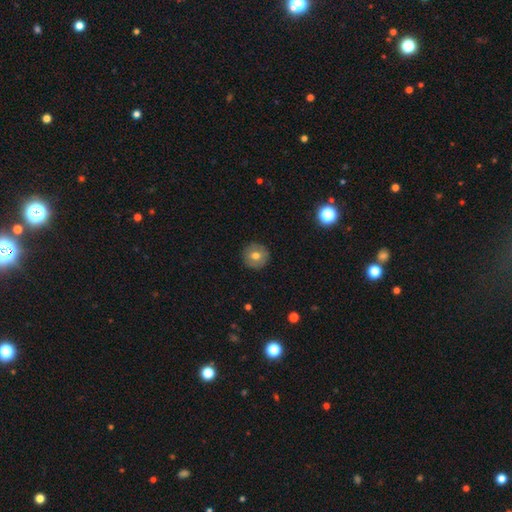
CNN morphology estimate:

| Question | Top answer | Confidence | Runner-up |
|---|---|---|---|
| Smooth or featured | smooth | 68% | featured or disk (23%) |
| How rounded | round | 95% | in between (4%) |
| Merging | none | 91% | minor disturbance (7%) |